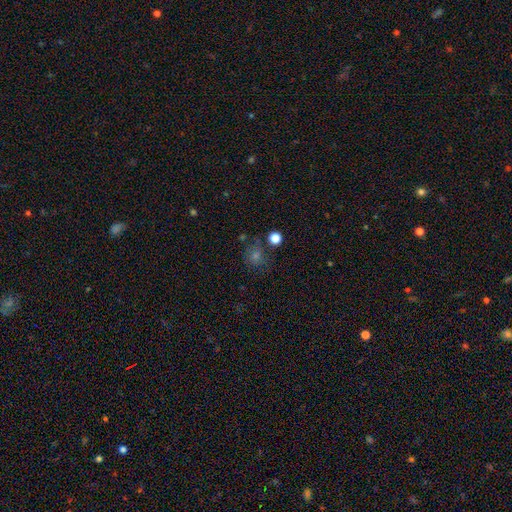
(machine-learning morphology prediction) This is possibly a smooth galaxy (50%). Merging: likely none (72%).